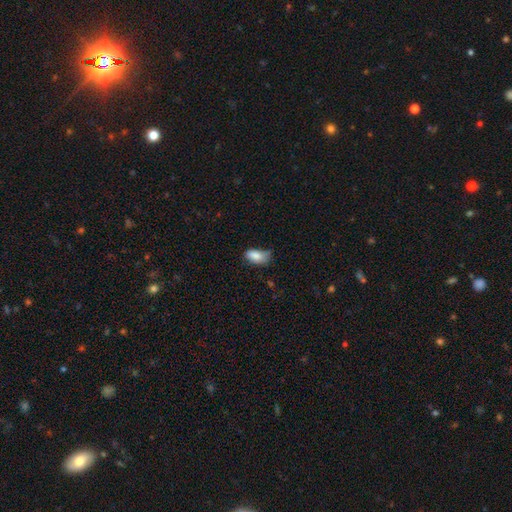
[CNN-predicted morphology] smooth 84%, featured or disk 8%, star or artifact 8%. Down the decision tree: how rounded — in between (92%); merging — none (46%).